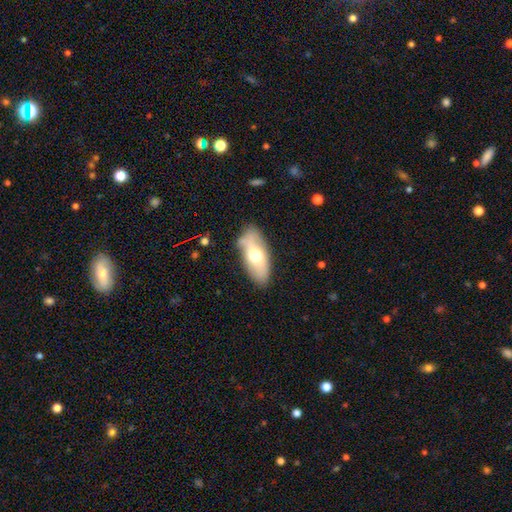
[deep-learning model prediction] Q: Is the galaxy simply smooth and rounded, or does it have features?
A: smooth — 57%.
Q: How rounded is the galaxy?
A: in between — 86%.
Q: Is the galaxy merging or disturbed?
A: none — 72%.